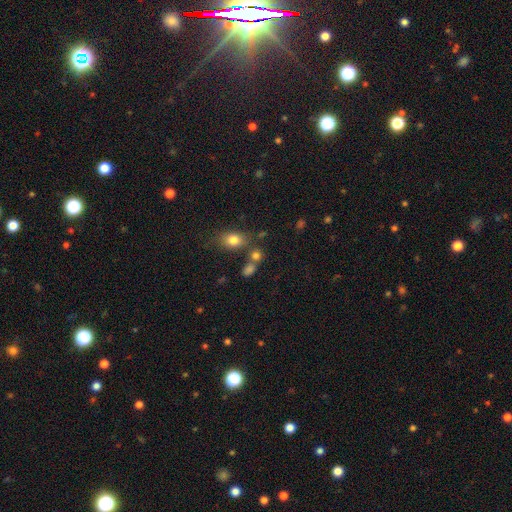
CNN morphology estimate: smooth_or_featured: smooth (p=0.78) [alt: star or artifact p=0.14]
how_rounded: round (p=0.57) [alt: in between p=0.41]
merging: none (p=0.57) [alt: merger p=0.28]